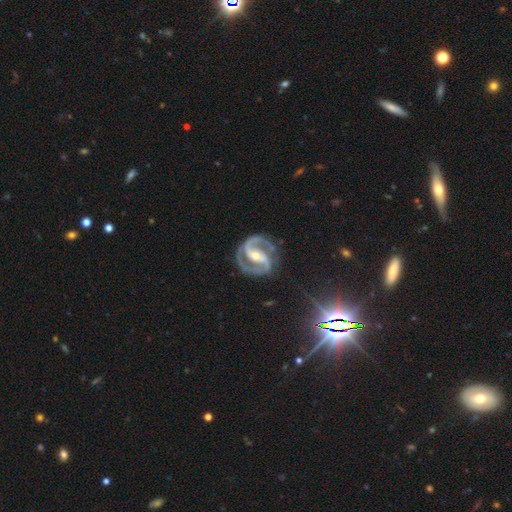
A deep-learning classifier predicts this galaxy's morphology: Q: Smooth or featured?
A: featured or disk (93%); runner-up: star or artifact (4%)
Q: Edge-on disk?
A: no (98%); runner-up: yes (2%)
Q: Bar?
A: strong (57%); runner-up: weak (27%)
Q: Spiral arms?
A: yes (98%); runner-up: no (2%)
Q: Spiral winding?
A: medium (54%); runner-up: tight (37%)
Q: Spiral arm count?
A: 2 (93%); runner-up: 3 (2%)
Q: Bulge size?
A: moderate (52%); runner-up: small (44%)
Q: Merging?
A: none (80%); runner-up: minor disturbance (13%)